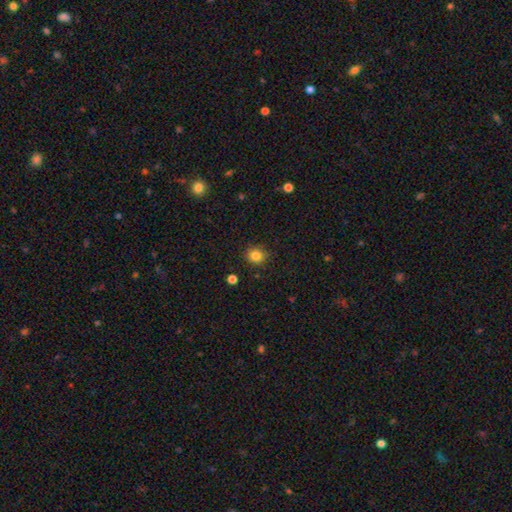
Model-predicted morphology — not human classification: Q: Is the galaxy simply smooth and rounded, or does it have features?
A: smooth — 83%.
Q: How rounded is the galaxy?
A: round — 84%.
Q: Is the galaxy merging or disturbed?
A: none — 87%.